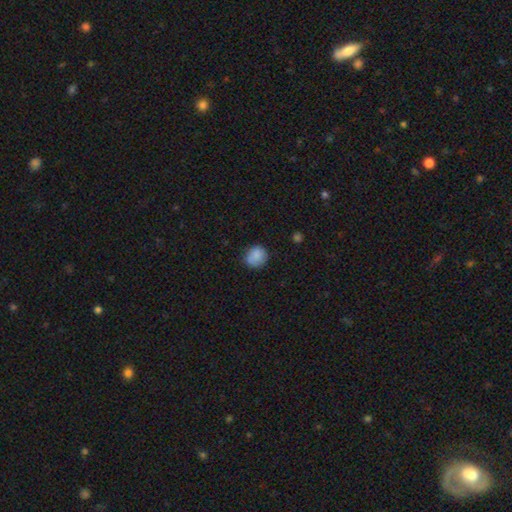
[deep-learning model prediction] This is clearly a smooth galaxy (86%). How rounded: likely round (78%). Merging: likely none (77%).